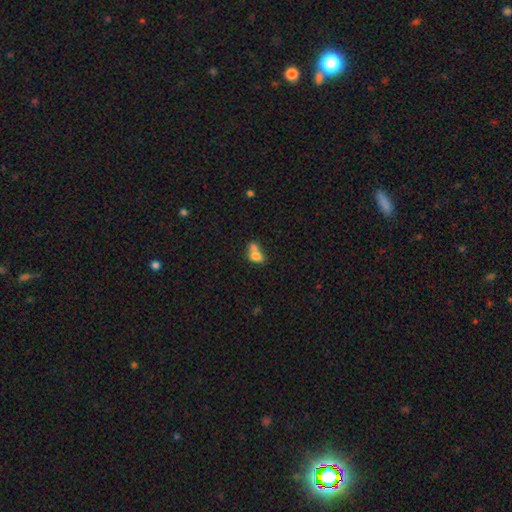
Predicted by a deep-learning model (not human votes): The model was most divided on "how rounded": in between: 70%, round: 27%, cigar-shaped: 3%. More confident: smooth or featured — smooth (72%); merging — merger (65%).